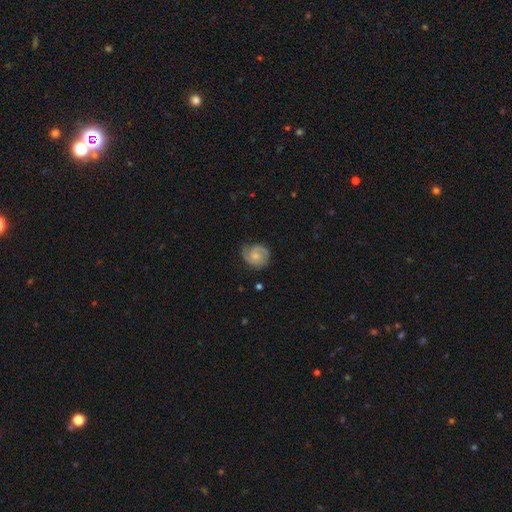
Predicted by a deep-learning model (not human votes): Smooth or featured?
  - featured or disk: 77% *
  - smooth: 17%
  - star or artifact: 6%
Edge-on disk?
  - no: 98% *
  - yes: 2%
Bar?
  - no: 67% *
  - weak: 29%
  - strong: 4%
Spiral arms?
  - yes: 96% *
  - no: 4%
Spiral winding?
  - tight: 51% *
  - medium: 39%
  - loose: 11%
Spiral arm count?
  - 2: 77% *
  - can't tell: 8%
  - 3: 7%
  - 1: 6%
  - 4: 2%
  - more than 4: 1%
Bulge size?
  - small: 54% *
  - moderate: 33%
  - none: 10%
  - large: 2%
  - dominant: 1%
Merging?
  - none: 73% *
  - minor disturbance: 19%
  - major disturbance: 6%
  - merger: 1%